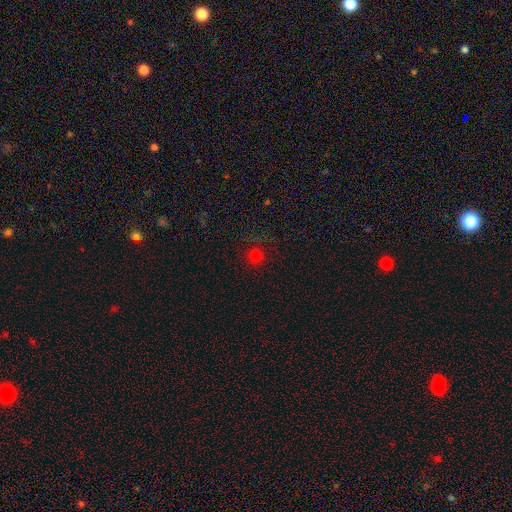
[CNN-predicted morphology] Smooth or featured? Predicted: smooth (p=0.74). How rounded? Predicted: round (p=0.94). Merging? Predicted: none (p=0.88).